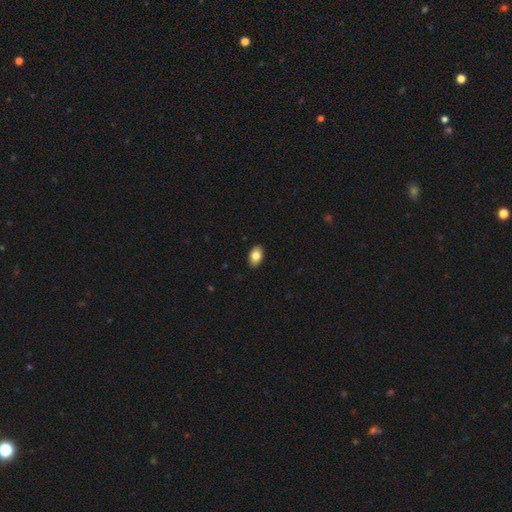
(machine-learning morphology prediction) A smooth galaxy with no disk features (83%) that is in between round and cigar-shaped (91%). Merging: none (90%).